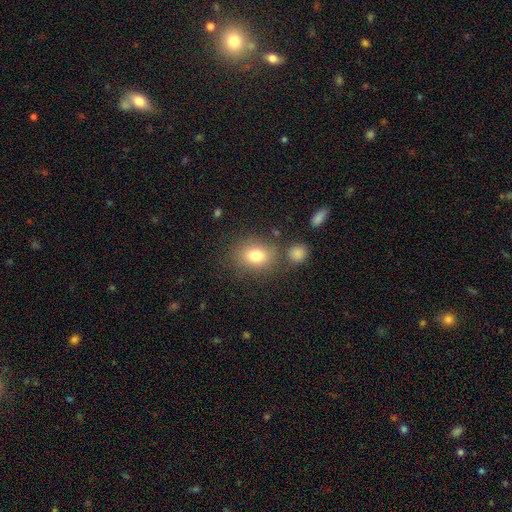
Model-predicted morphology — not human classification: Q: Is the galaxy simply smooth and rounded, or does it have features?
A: smooth — 78%.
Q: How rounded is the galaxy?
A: in between — 55%.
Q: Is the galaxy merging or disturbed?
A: none — 74%.